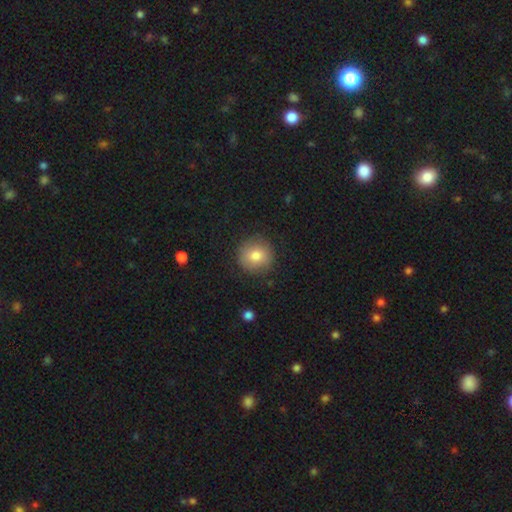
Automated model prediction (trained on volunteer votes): A smooth galaxy with no disk features (80%) that is round (93%).

Vote fractions:
- Smooth or featured? smooth: 80% / featured or disk: 11% / star or artifact: 9%
- How rounded? round: 93% / in between: 6% / cigar-shaped: 1%
- Merging? none: 87% / minor disturbance: 9% / major disturbance: 3% / merger: 1%